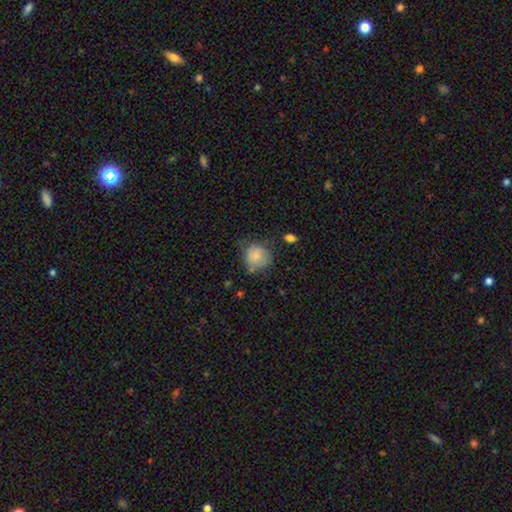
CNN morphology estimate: The model was most divided on "merging": none: 56%, minor disturbance: 29%, major disturbance: 10%, merger: 5%. More confident: how rounded — round (80%); smooth or featured — smooth (79%).